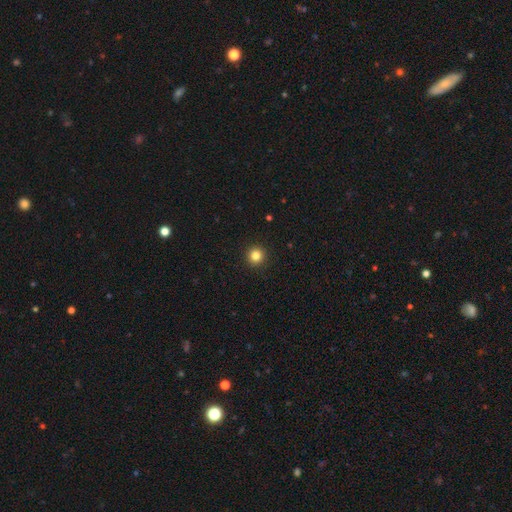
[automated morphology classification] This is clearly a smooth galaxy (83%). How rounded: clearly round (96%). Merging: clearly none (93%).